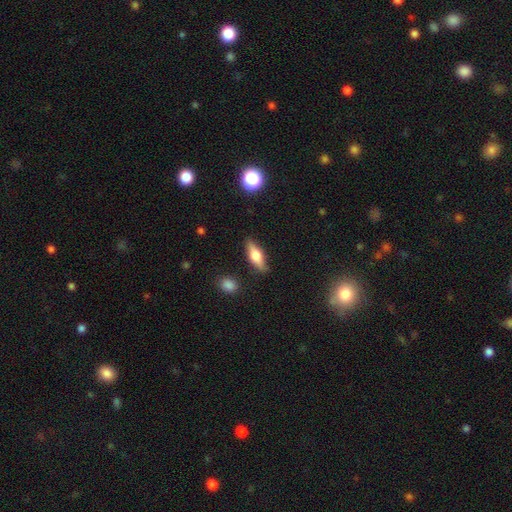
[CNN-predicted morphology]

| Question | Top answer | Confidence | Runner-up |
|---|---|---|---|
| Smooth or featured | smooth | 53% | featured or disk (40%) |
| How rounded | in between | 54% | cigar-shaped (42%) |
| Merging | none | 85% | minor disturbance (11%) |